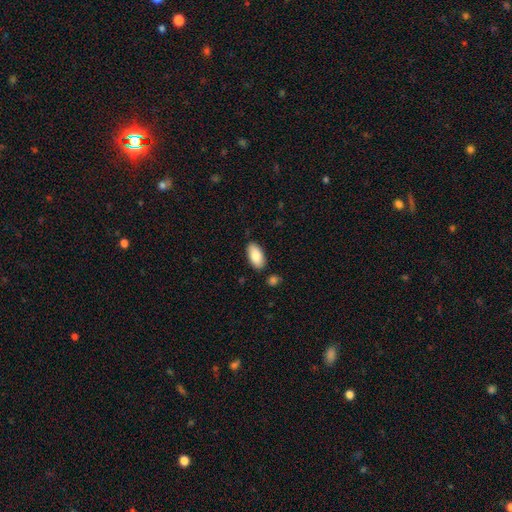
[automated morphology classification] A smooth galaxy with no disk features (85%) that is in between round and cigar-shaped (93%).

Vote fractions:
- Smooth or featured? smooth: 85% / featured or disk: 9% / star or artifact: 6%
- How rounded? in between: 93% / cigar-shaped: 5% / round: 2%
- Merging? none: 84% / minor disturbance: 11% / merger: 3% / major disturbance: 2%